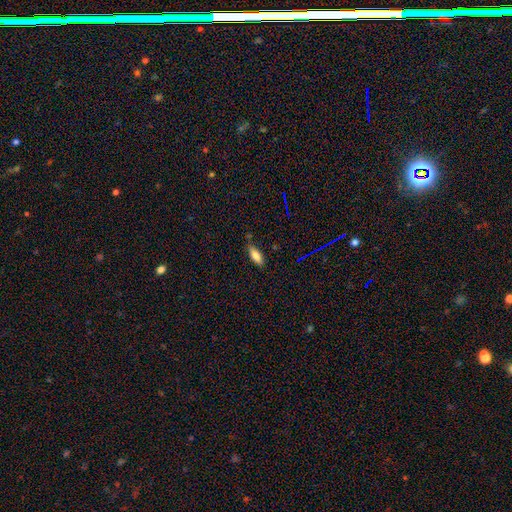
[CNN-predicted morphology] A smooth galaxy with no disk features (78%) that is in between round and cigar-shaped (74%).

Vote fractions:
- Smooth or featured? smooth: 78% / featured or disk: 13% / star or artifact: 9%
- How rounded? in between: 74% / cigar-shaped: 23% / round: 2%
- Merging? none: 74% / minor disturbance: 19% / merger: 4% / major disturbance: 4%